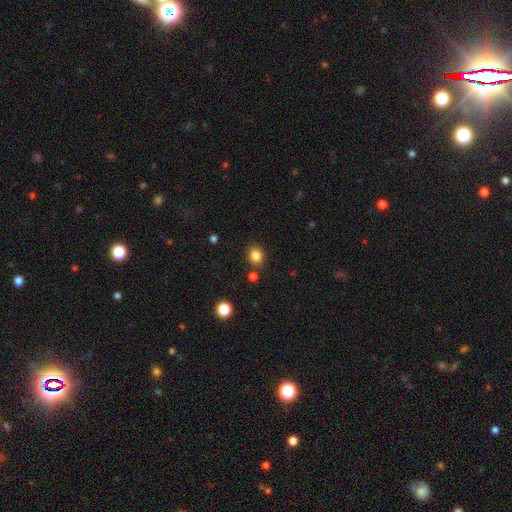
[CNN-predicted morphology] type=smooth (84%); roundness=round (53%); merging=none (82%).